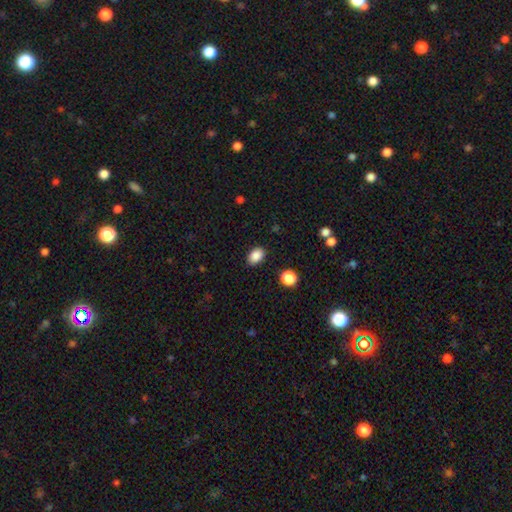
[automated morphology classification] Smooth or featured? Predicted: smooth (p=0.87). How rounded? Predicted: in between (p=0.80). Merging? Predicted: none (p=0.87).